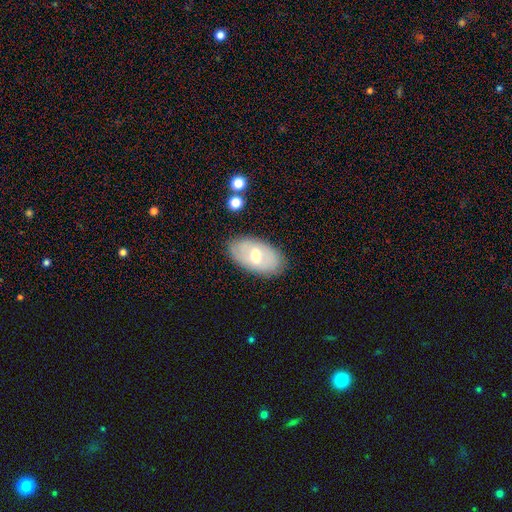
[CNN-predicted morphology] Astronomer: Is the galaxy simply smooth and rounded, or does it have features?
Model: smooth — 50% (runner-up: featured or disk, 43%).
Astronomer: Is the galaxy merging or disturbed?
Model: none — 82%.